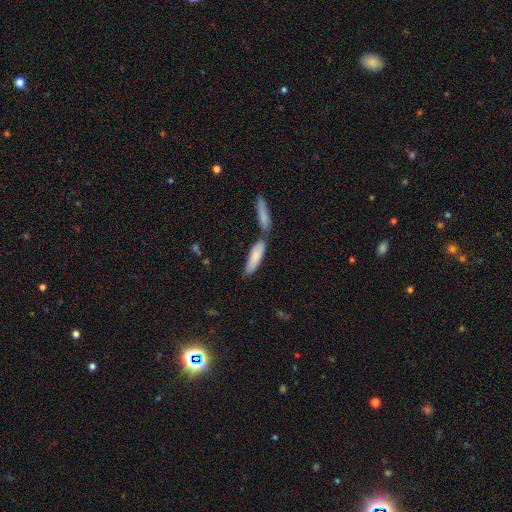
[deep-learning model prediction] This is clearly a smooth galaxy (82%). How rounded: likely cigar-shaped (60%). Merging: possibly none (50%).